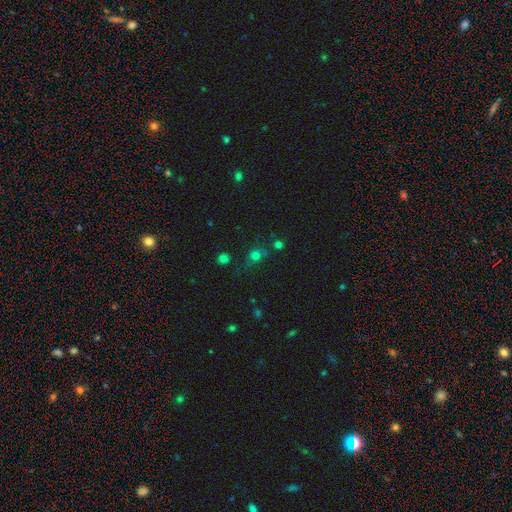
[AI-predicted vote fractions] Q: Smooth or featured?
A: smooth (63%); runner-up: star or artifact (26%)
Q: How rounded?
A: round (79%); runner-up: in between (19%)
Q: Merging?
A: none (62%); runner-up: minor disturbance (18%)